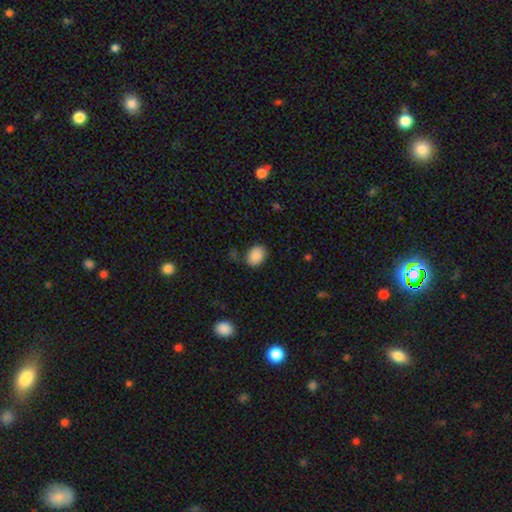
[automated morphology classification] This appears to be a smooth galaxy with no disk features (88%) that is in between round and cigar-shaped (64%). Merging: none (79%).